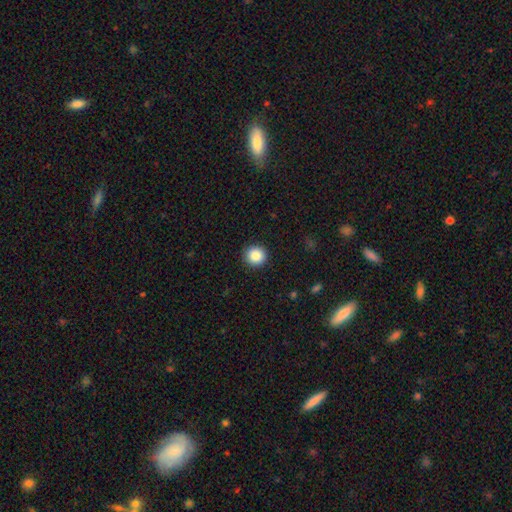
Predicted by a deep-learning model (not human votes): This is clearly a smooth galaxy (88%). How rounded: clearly round (92%). Merging: clearly none (91%).